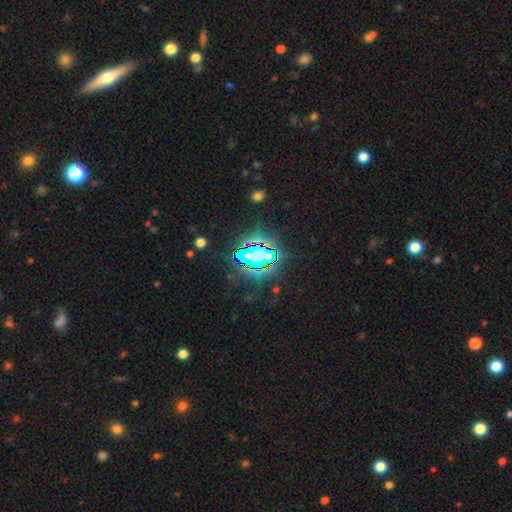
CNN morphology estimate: star or artifact 76%, smooth 14%, featured or disk 10%.